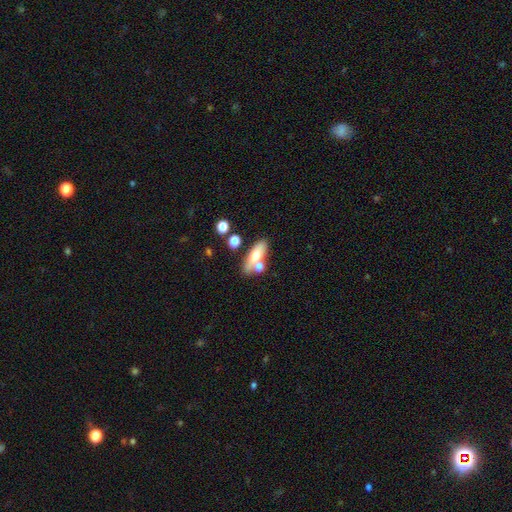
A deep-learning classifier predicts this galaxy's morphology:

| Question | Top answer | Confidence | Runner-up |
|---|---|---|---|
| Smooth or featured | smooth | 63% | featured or disk (29%) |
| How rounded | in between | 66% | cigar-shaped (28%) |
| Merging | none | 56% | merger (23%) |